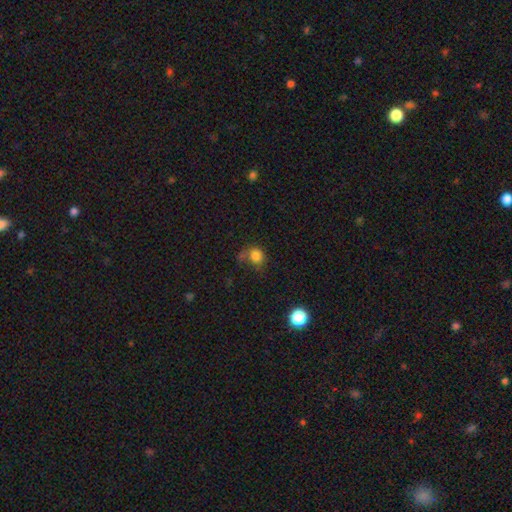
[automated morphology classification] smooth_or_featured: smooth (p=0.80) [alt: star or artifact p=0.12]
how_rounded: round (p=0.70) [alt: in between p=0.29]
merging: none (p=0.50) [alt: minor disturbance p=0.22]